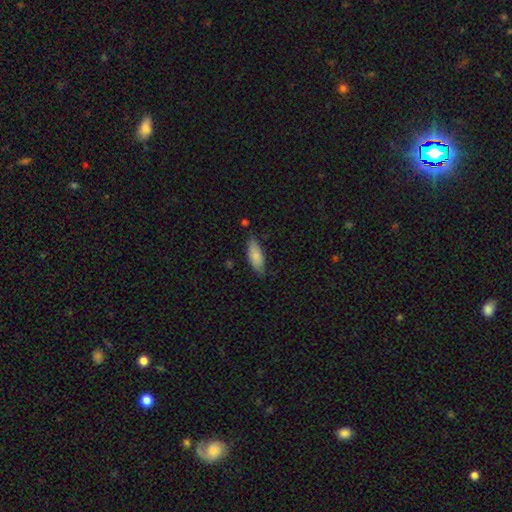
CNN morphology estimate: type=smooth (81%); roundness=in between (71%); merging=none (72%).